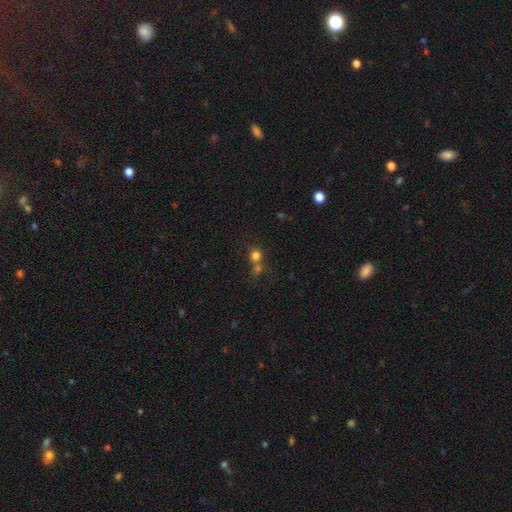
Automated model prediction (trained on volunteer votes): smooth 75%, star or artifact 16%, featured or disk 10%. Down the decision tree: how rounded — round (85%); merging — merger (46%).